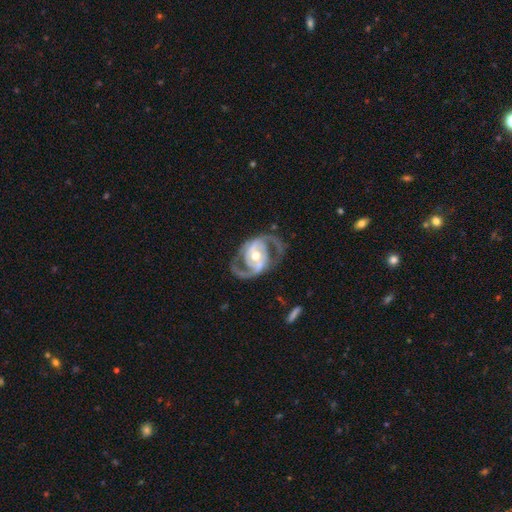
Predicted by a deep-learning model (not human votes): A featured or disk galaxy (91%) with no bar (36%), 2 (92%) medium (56%) spiral arms (95%) and a moderate central bulge (73%). Merging: none (74%).